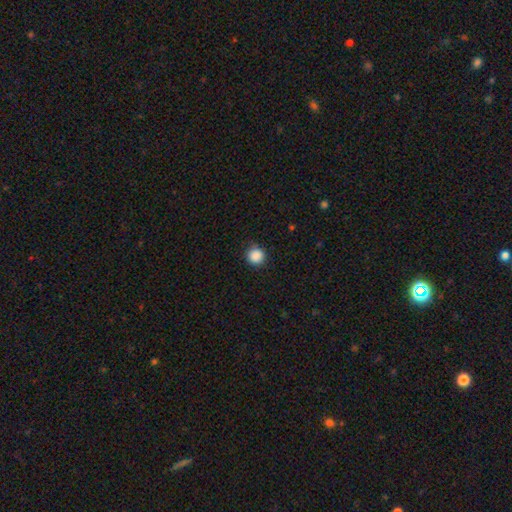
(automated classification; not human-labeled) The model was most divided on "smooth or featured": smooth: 88%, star or artifact: 10%, featured or disk: 2%. More confident: how rounded — round (94%); merging — none (89%).